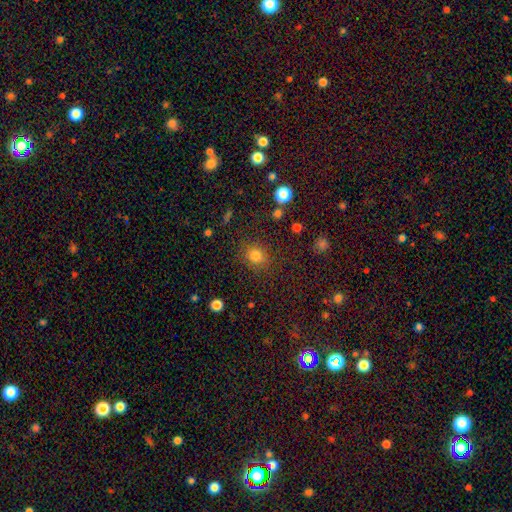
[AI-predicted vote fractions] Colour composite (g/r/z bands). It shows a smooth galaxy with no disk features (80%) that is round (74%). Merging: none (82%).